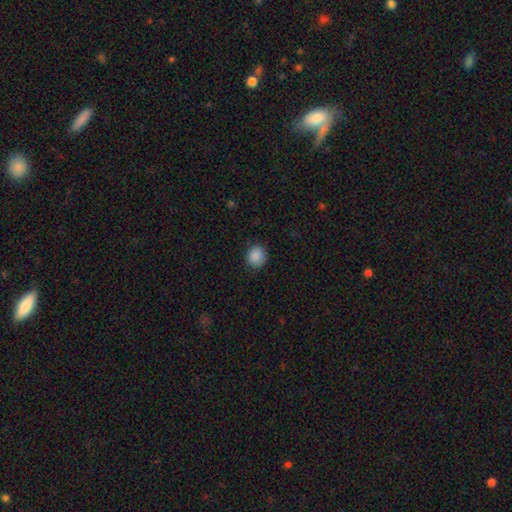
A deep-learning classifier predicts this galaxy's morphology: This appears to be a smooth galaxy with no disk features (88%) that is round (84%). Merging: none (86%).